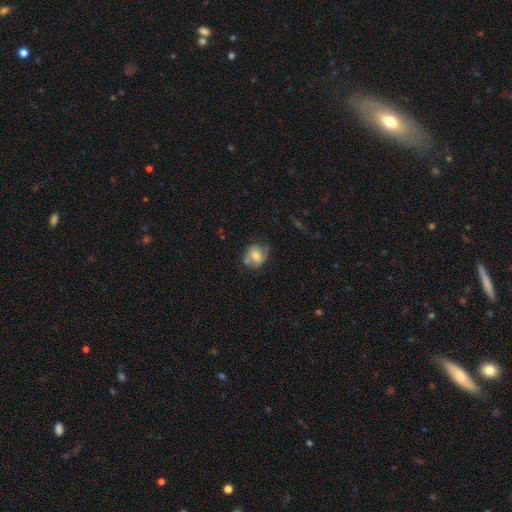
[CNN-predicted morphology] Overall: smooth (57%; featured or disk 35%). How rounded: round (51%; in between 48%). Merging: none (52%; minor disturbance 26%).